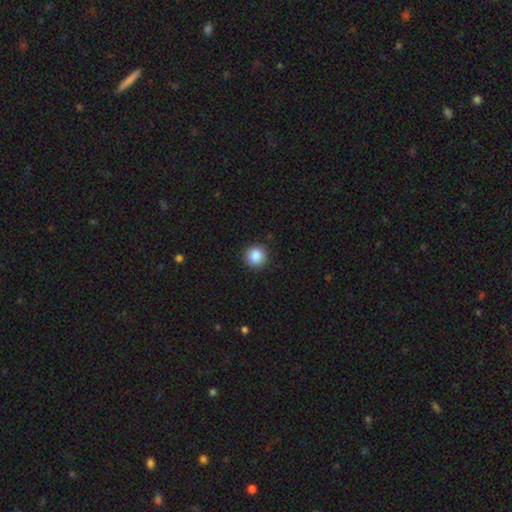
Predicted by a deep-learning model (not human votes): smooth 88%, star or artifact 9%, featured or disk 3%. Down the decision tree: how rounded — round (94%); merging — none (90%).